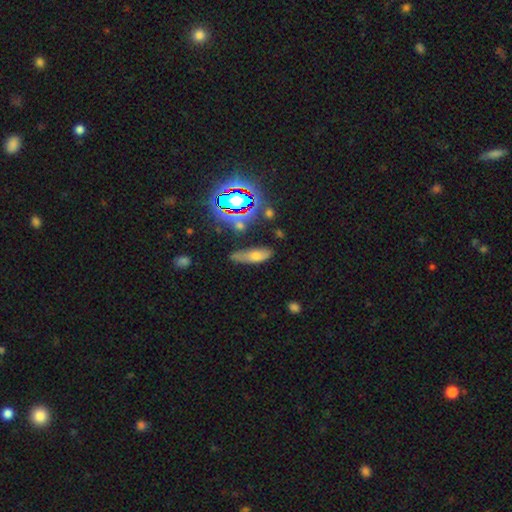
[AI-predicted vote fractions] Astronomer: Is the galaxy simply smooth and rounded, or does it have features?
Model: smooth — 55%.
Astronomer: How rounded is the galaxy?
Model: in between — 54% (runner-up: cigar-shaped, 40%).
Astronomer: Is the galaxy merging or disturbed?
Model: none — 56%.